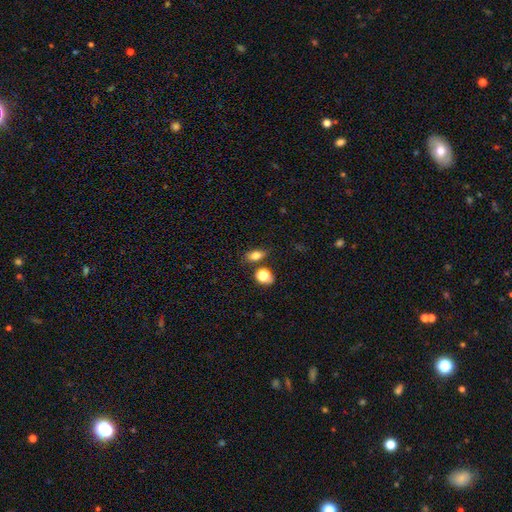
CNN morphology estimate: smooth 78%, star or artifact 12%, featured or disk 10%. Down the decision tree: how rounded — in between (75%); merging — none (72%).